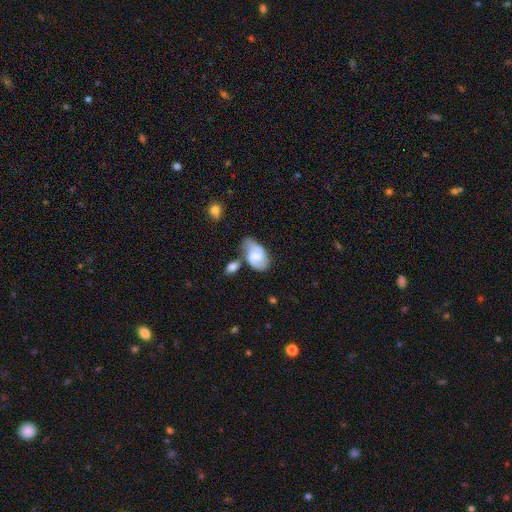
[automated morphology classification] Q: Smooth or featured?
A: featured or disk (55%); runner-up: smooth (37%)
Q: Edge-on disk?
A: no (96%); runner-up: yes (4%)
Q: Bar?
A: weak (49%); runner-up: no (36%)
Q: Spiral arms?
A: yes (85%); runner-up: no (15%)
Q: Bulge size?
A: small (35%); runner-up: none (31%)
Q: Merging?
A: none (36%); runner-up: minor disturbance (28%)